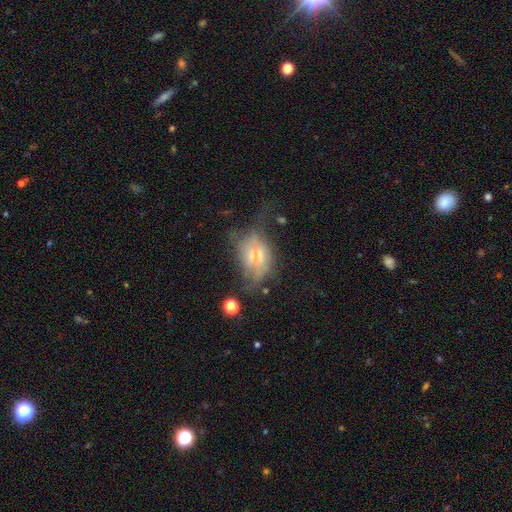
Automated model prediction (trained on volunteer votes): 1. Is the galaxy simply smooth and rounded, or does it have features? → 51% featured or disk, 35% smooth, 13% star or artifact.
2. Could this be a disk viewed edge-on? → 77% no, 23% yes.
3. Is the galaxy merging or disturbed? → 34% major disturbance, 30% none, 22% minor disturbance, 14% merger.